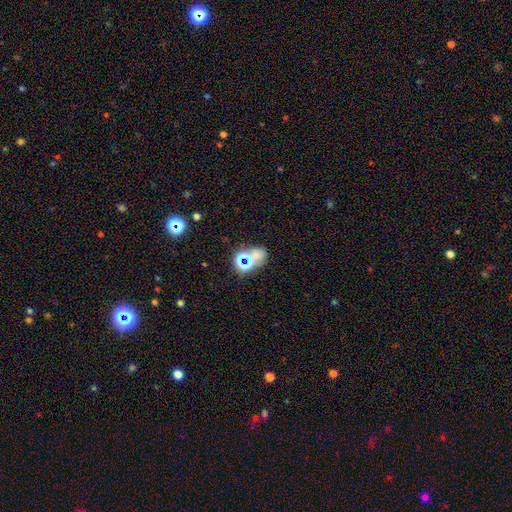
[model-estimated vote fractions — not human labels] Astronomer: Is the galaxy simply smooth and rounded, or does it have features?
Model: star or artifact — 44% (runner-up: smooth, 43%).